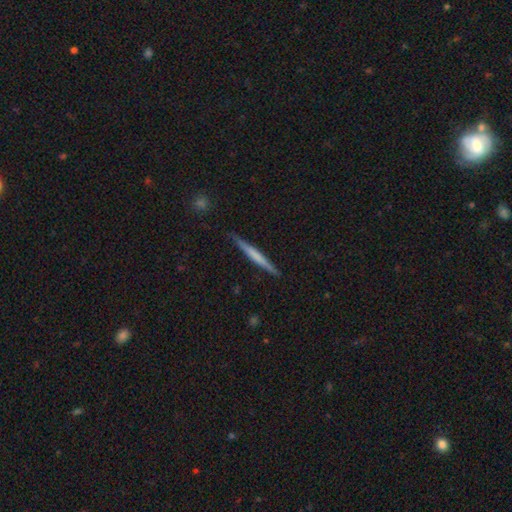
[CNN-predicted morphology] Smooth or featured?
  - smooth: 48% *
  - featured or disk: 47%
  - star or artifact: 5%
Merging?
  - none: 89% *
  - minor disturbance: 8%
  - major disturbance: 1%
  - merger: 1%